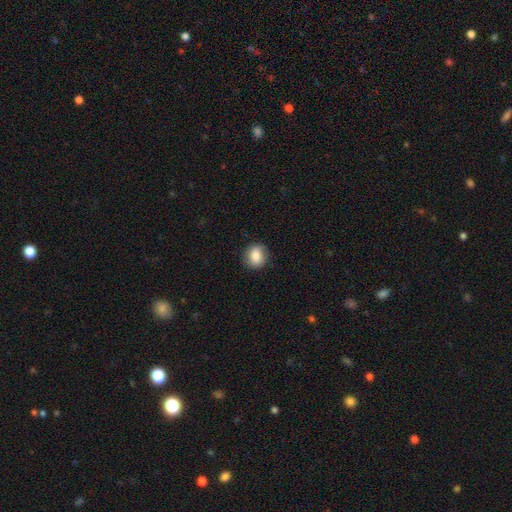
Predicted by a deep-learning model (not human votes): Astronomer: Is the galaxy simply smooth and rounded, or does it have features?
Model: smooth — 83%.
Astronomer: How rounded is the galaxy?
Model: round — 68%.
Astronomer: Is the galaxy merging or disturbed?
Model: none — 86%.